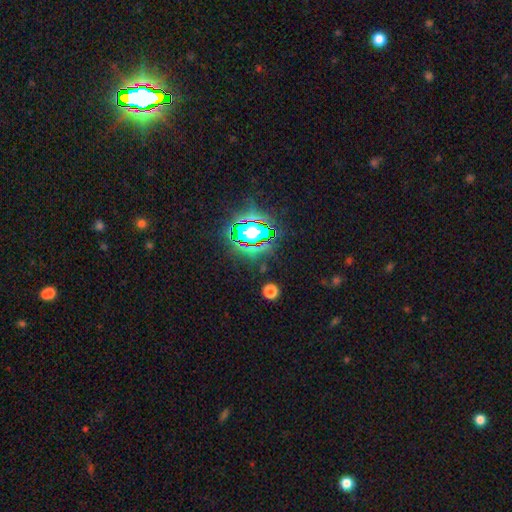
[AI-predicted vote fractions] Smooth or featured? Predicted: star or artifact (p=0.82).